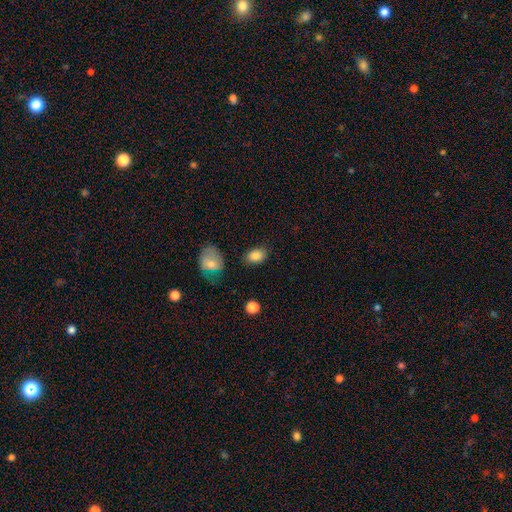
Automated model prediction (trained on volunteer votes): Smooth or featured?
  - smooth: 86% *
  - star or artifact: 8%
  - featured or disk: 6%
How rounded?
  - in between: 81% *
  - round: 18%
  - cigar-shaped: 1%
Merging?
  - none: 79% *
  - minor disturbance: 14%
  - major disturbance: 4%
  - merger: 3%